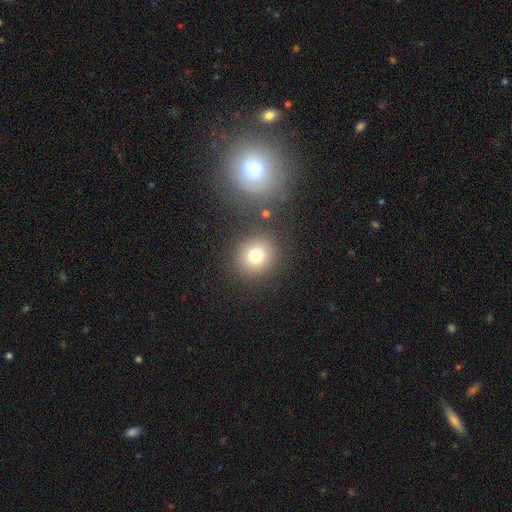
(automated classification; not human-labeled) This is likely a smooth galaxy (77%). How rounded: clearly round (87%). Merging: clearly none (83%).